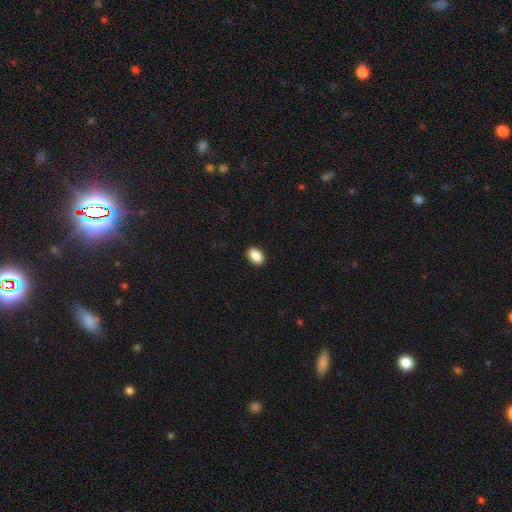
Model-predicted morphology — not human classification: Smooth or featured: smooth — 90% (star or artifact — 7%)
How rounded: in between — 90% (round — 8%)
Merging: none — 91% (minor disturbance — 7%)